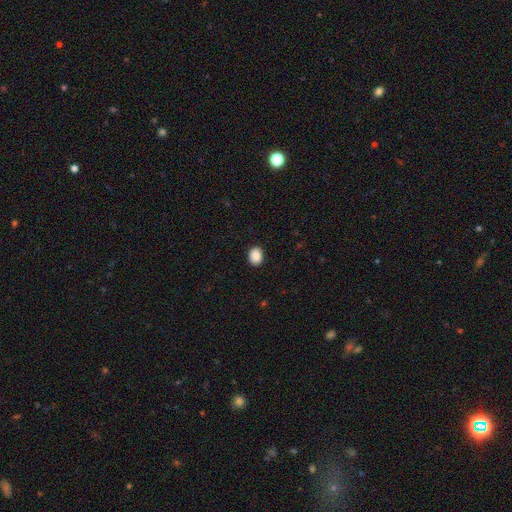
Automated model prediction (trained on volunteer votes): A smooth galaxy with no disk features (89%) that is in between round and cigar-shaped (58%). Merging: none (90%).